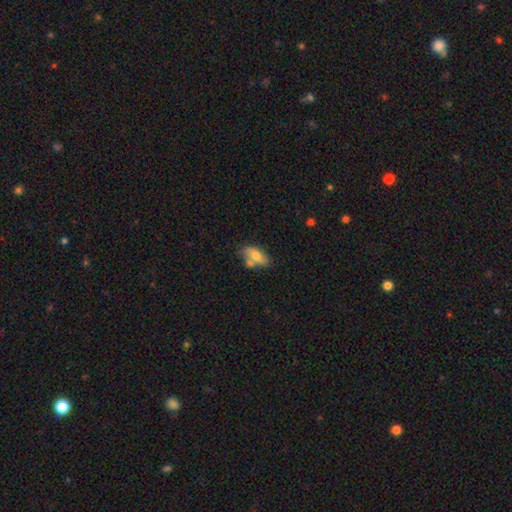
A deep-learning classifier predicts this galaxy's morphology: smooth 69%, featured or disk 24%, star or artifact 7%. Down the decision tree: how rounded — in between (86%); merging — none (52%).